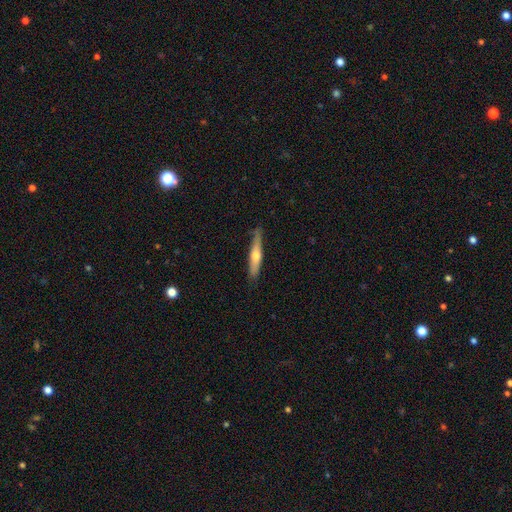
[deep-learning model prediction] Smooth or featured? smooth (48%)
Merging? none (82%)